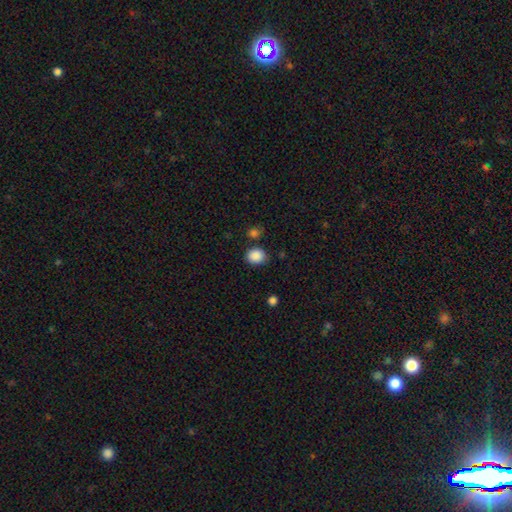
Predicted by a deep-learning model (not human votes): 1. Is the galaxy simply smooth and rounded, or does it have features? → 88% smooth, 9% star or artifact, 3% featured or disk.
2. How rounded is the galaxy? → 63% round, 36% in between, 1% cigar-shaped.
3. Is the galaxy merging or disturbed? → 80% none, 12% minor disturbance, 4% merger, 3% major disturbance.